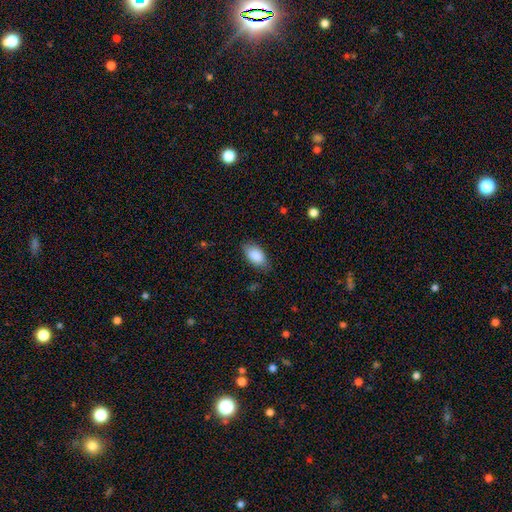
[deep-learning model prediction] smooth 88%, star or artifact 6%, featured or disk 5%. Down the decision tree: how rounded — in between (93%); merging — none (78%).